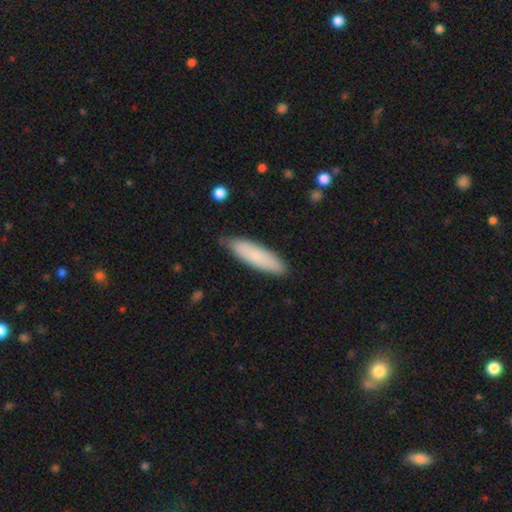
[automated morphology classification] smooth-or-featured: smooth: 79% | featured or disk: 15% | star or artifact: 6%
  how-rounded: cigar-shaped: 63% | in between: 35% | round: 1%
  merging: none: 80% | minor disturbance: 16% | major disturbance: 2% | merger: 1%